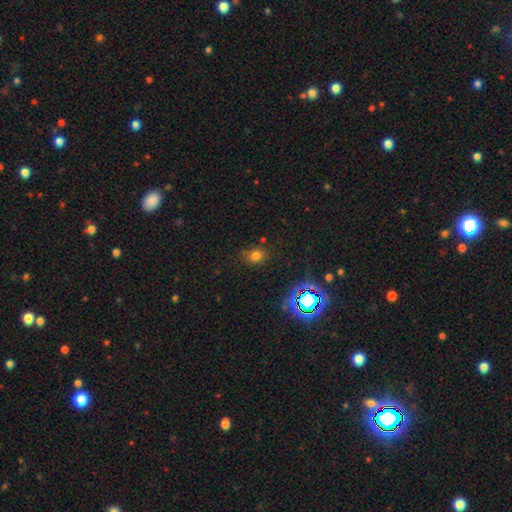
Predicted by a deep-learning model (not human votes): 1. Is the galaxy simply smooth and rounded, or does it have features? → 68% smooth, 24% star or artifact, 7% featured or disk.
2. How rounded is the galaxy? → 56% round, 43% in between, 1% cigar-shaped.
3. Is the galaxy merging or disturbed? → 73% none, 19% minor disturbance, 5% major disturbance, 3% merger.